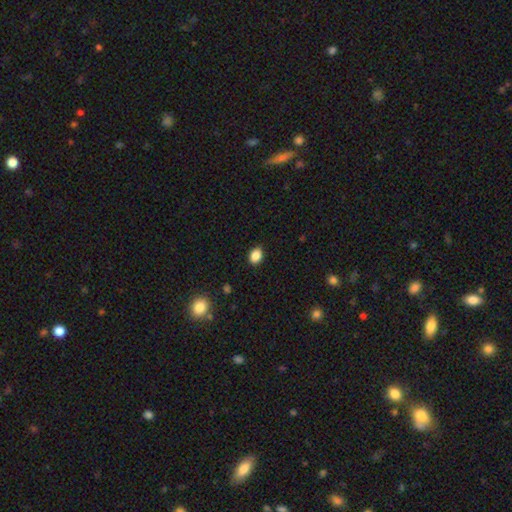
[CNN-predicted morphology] Smooth or featured? Predicted: smooth (p=0.87). How rounded? Predicted: in between (p=0.63). Merging? Predicted: none (p=0.88).